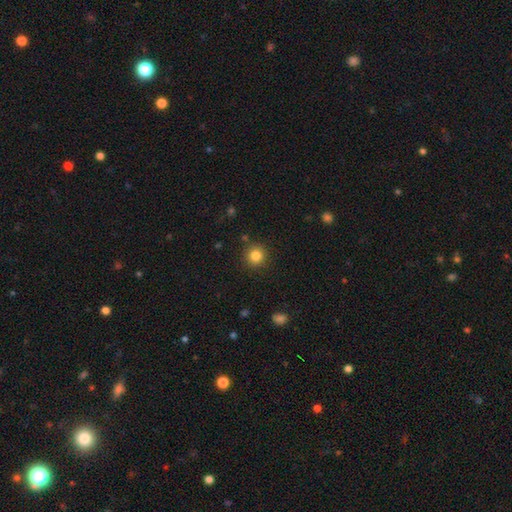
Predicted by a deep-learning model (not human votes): smooth-or-featured: smooth: 83% | star or artifact: 11% | featured or disk: 5%
  how-rounded: round: 94% | in between: 5% | cigar-shaped: 1%
  merging: none: 89% | minor disturbance: 7% | major disturbance: 2% | merger: 2%